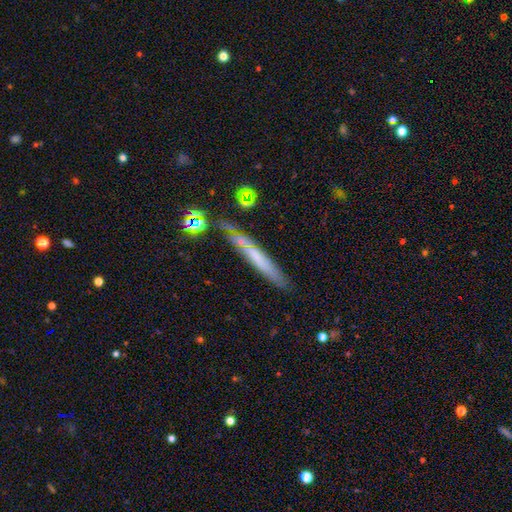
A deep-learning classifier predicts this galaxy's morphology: Smooth or featured?
  - smooth: 46% *
  - featured or disk: 42%
  - star or artifact: 12%
Merging?
  - none: 69% *
  - minor disturbance: 18%
  - merger: 7%
  - major disturbance: 6%